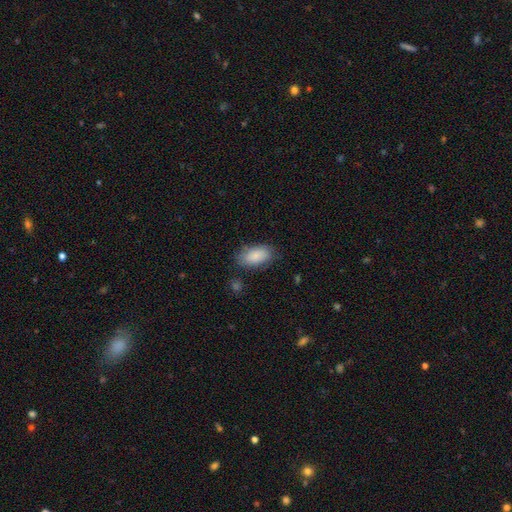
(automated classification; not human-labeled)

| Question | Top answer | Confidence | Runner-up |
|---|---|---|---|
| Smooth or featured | smooth | 85% | featured or disk (8%) |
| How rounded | in between | 93% | round (3%) |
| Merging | none | 76% | minor disturbance (17%) |